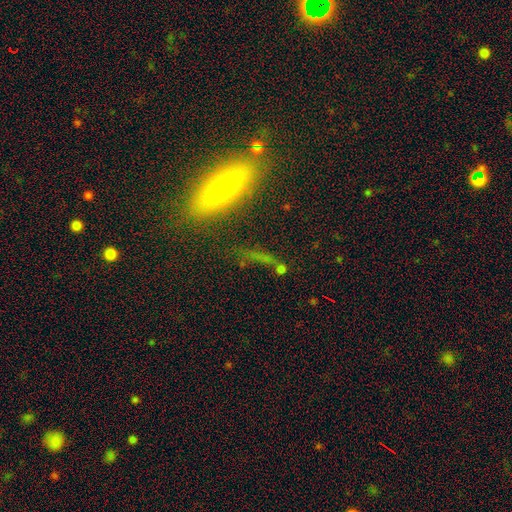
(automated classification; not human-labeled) Morphology: type=smooth (50%); roundness=cigar-shaped (53%); merging=none (77%).